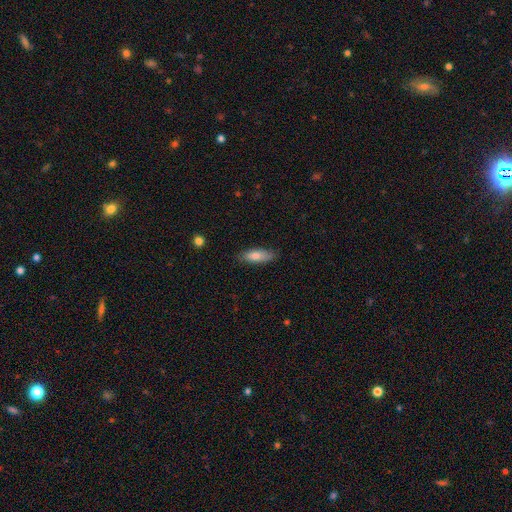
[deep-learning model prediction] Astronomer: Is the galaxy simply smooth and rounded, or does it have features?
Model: smooth — 76%.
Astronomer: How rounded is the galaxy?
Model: in between — 55% (runner-up: cigar-shaped, 43%).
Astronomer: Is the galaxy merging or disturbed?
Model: none — 84%.